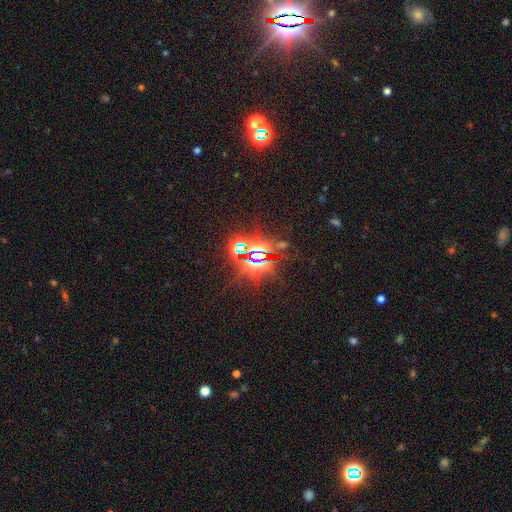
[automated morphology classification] Q: Smooth or featured?
A: star or artifact (84%); runner-up: smooth (9%)